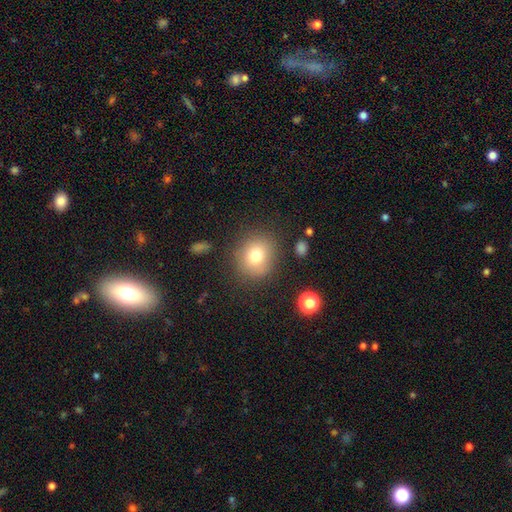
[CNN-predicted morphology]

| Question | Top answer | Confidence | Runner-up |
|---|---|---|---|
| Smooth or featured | smooth | 76% | featured or disk (12%) |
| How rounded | round | 80% | in between (19%) |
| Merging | none | 82% | minor disturbance (11%) |